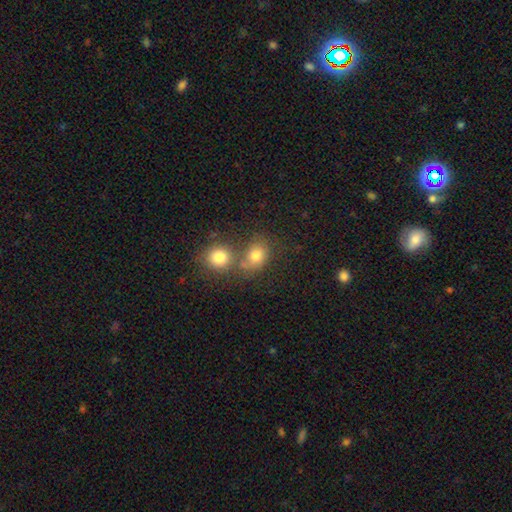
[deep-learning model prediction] smooth-or-featured: smooth: 78% | star or artifact: 12% | featured or disk: 10%
  how-rounded: round: 59% | in between: 40% | cigar-shaped: 1%
  merging: none: 42% (tied) | merger: 42% (tied) | minor disturbance: 11% | major disturbance: 5%